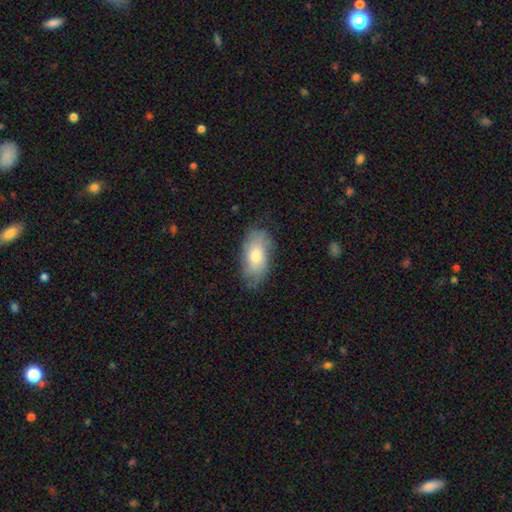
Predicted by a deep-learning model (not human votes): Overall: smooth (68%). How rounded: in between (92%). Merging: none (72%).